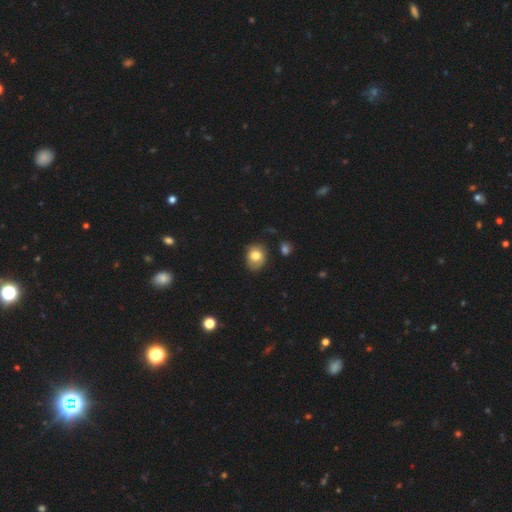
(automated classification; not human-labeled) Smooth or featured: smooth — 77% (featured or disk — 14%)
How rounded: round — 54% (in between — 45%)
Merging: none — 72% (minor disturbance — 21%)